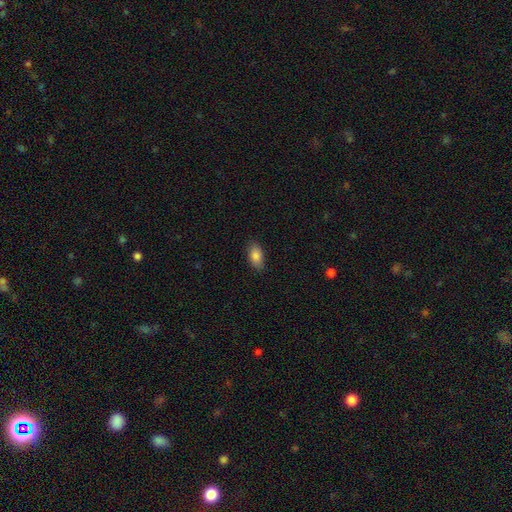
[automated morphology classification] smooth-or-featured: smooth: 86% | star or artifact: 7% | featured or disk: 7%
  how-rounded: in between: 91% | cigar-shaped: 5% | round: 4%
  merging: none: 86% | minor disturbance: 11% | major disturbance: 2% | merger: 1%